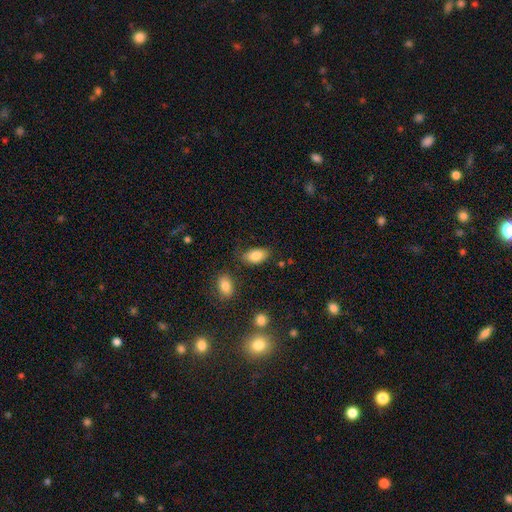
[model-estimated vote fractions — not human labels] Q: Smooth or featured?
A: smooth (84%); runner-up: featured or disk (8%)
Q: How rounded?
A: in between (93%); runner-up: round (5%)
Q: Merging?
A: none (73%); runner-up: minor disturbance (19%)